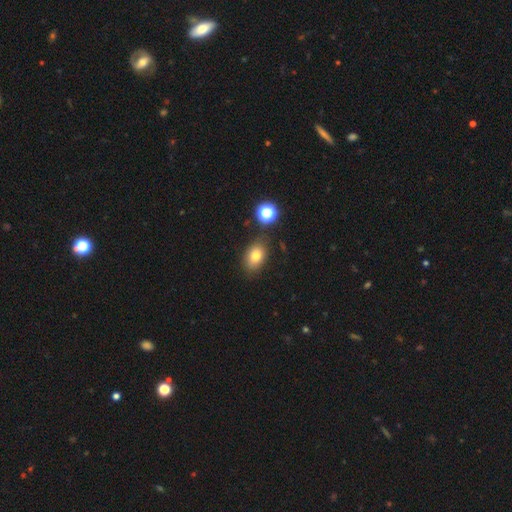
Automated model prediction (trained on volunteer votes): A smooth galaxy with no disk features (77%) that is in between round and cigar-shaped (80%).

Vote fractions:
- Smooth or featured? smooth: 77% / star or artifact: 12% / featured or disk: 11%
- How rounded? in between: 80% / round: 18% / cigar-shaped: 1%
- Merging? none: 80% / minor disturbance: 12% / merger: 4% / major disturbance: 3%